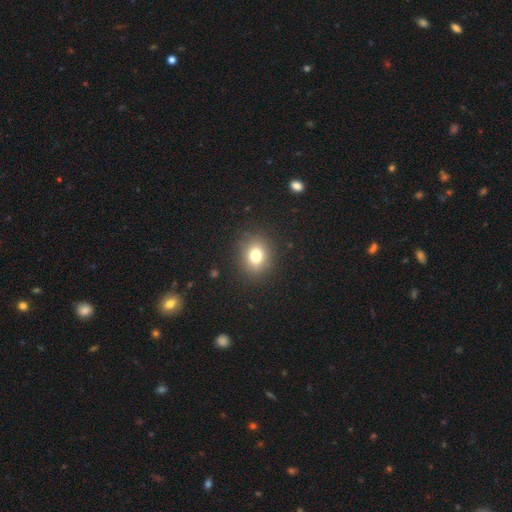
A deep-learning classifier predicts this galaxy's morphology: smooth 78%, star or artifact 12%, featured or disk 10%. Down the decision tree: how rounded — round (57%); merging — none (88%).